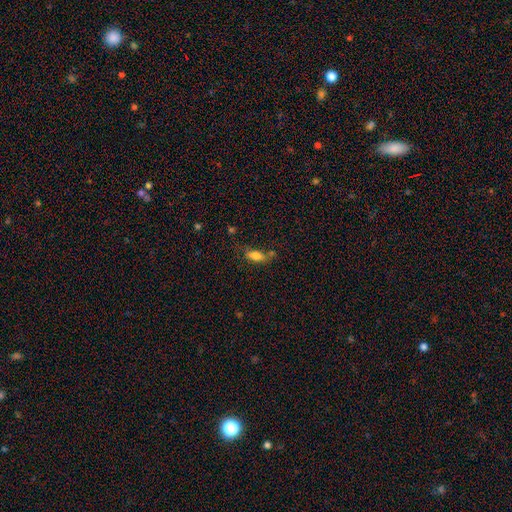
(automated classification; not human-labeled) This is likely a smooth galaxy (78%). How rounded: likely in between (78%). Merging: possibly none (49%).